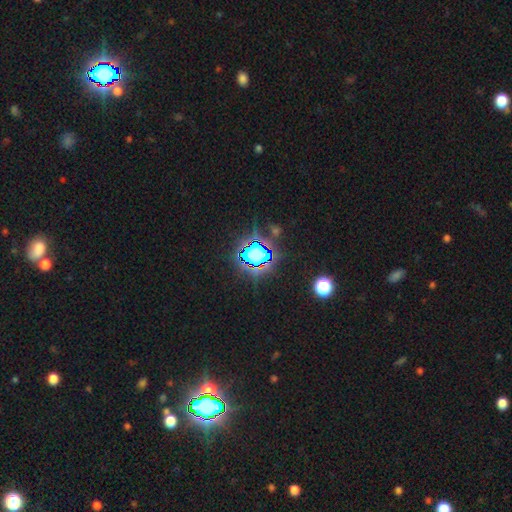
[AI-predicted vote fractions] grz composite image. It shows a star or artifact, not a galaxy (79%).